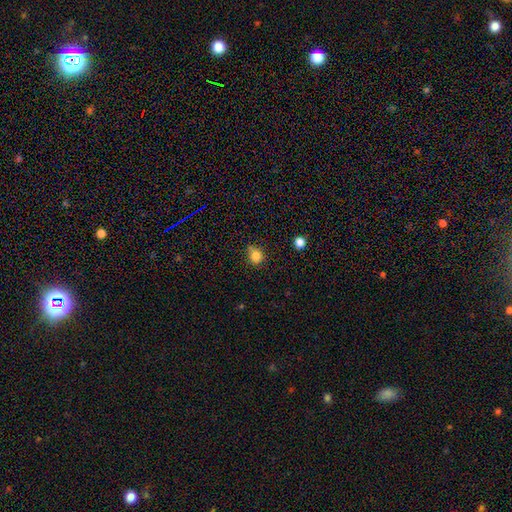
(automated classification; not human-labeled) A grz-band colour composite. It shows a smooth galaxy with no disk features (83%) that is round (69%). Merging: none (61%).